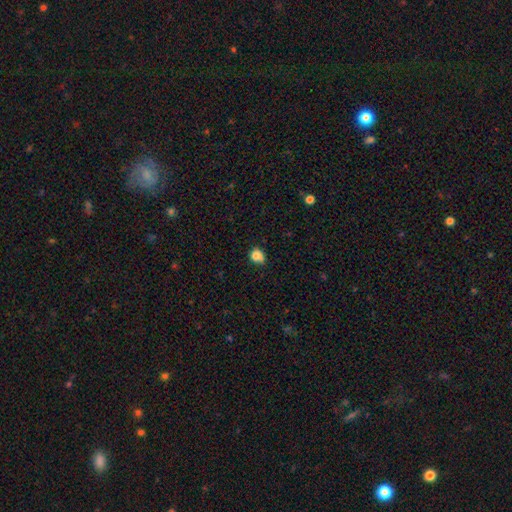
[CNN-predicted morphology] This appears to be a smooth galaxy with no disk features (77%) that is round (60%). Merging: none (46%).